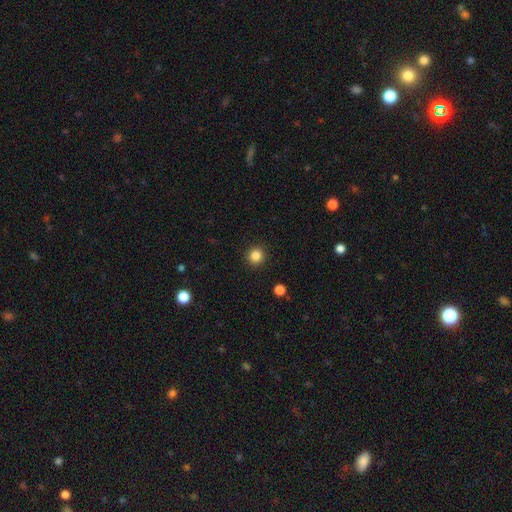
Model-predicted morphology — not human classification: A smooth galaxy with no disk features (84%) that is round (95%). Merging: none (93%).